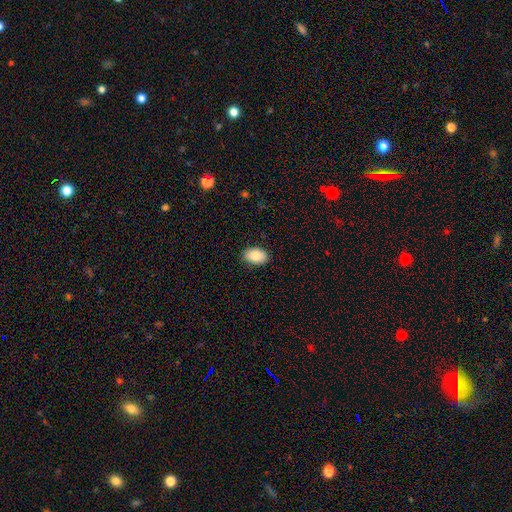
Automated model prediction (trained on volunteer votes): This is clearly a smooth galaxy (84%). How rounded: clearly in between (89%). Merging: clearly none (86%).